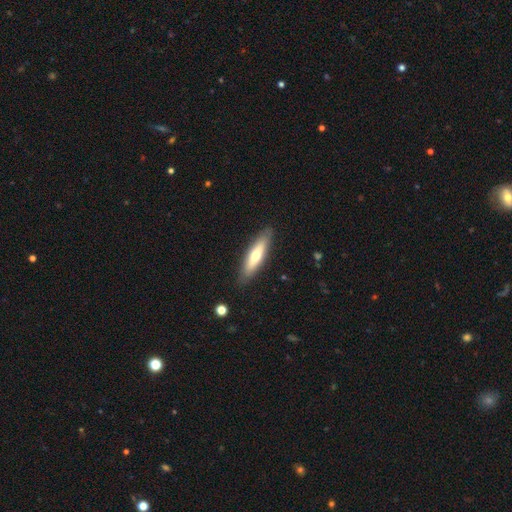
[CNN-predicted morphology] Smooth or featured? Predicted: smooth (p=0.58). How rounded? Predicted: cigar-shaped (p=0.68). Merging? Predicted: none (p=0.88).